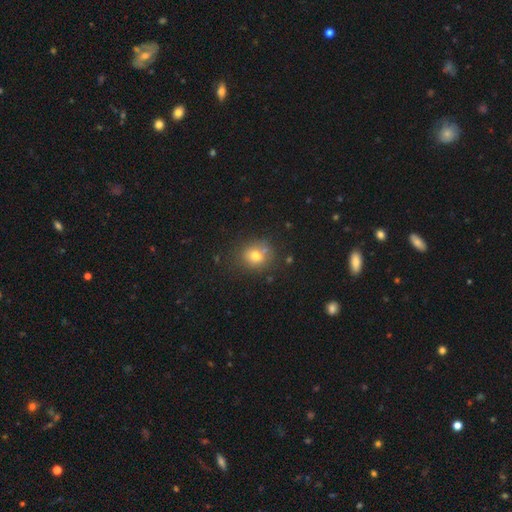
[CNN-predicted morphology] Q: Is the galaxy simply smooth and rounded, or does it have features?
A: smooth — 73%.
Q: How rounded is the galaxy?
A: round — 81%.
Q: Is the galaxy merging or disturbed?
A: none — 72%.